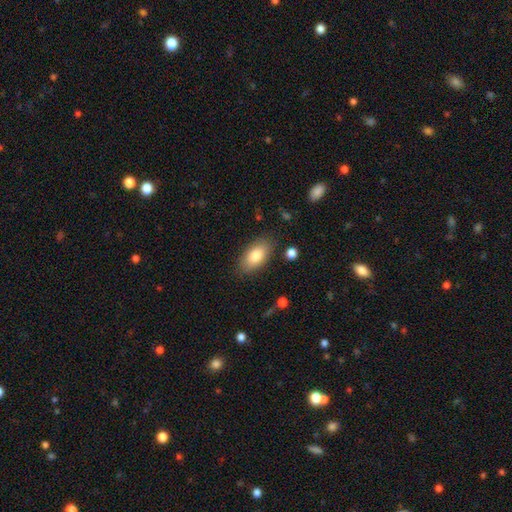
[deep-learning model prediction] Q: Smooth or featured?
A: smooth (81%); runner-up: featured or disk (12%)
Q: How rounded?
A: in between (91%); runner-up: cigar-shaped (5%)
Q: Merging?
A: none (84%); runner-up: minor disturbance (11%)